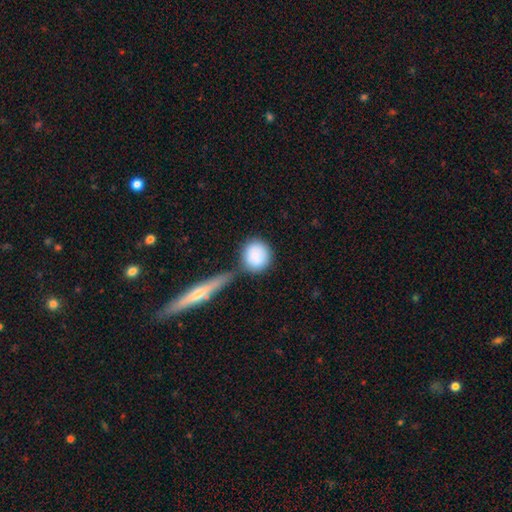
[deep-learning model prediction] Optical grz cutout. It shows a smooth galaxy with no disk features (86%) that is round (87%). Merging: none (61%).